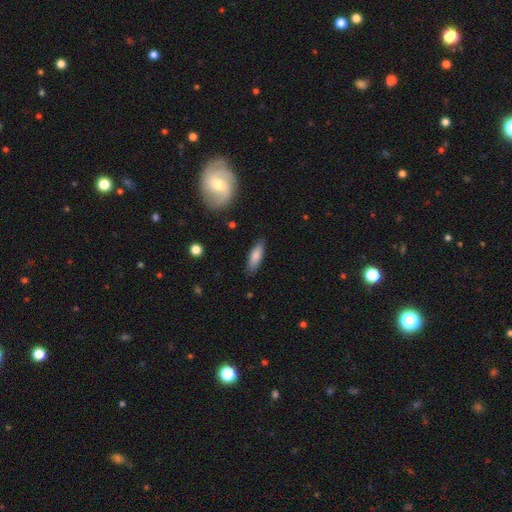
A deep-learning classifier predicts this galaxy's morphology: Smooth or featured: smooth — 80% (featured or disk — 13%)
How rounded: in between — 52% (cigar-shaped — 46%)
Merging: none — 85% (minor disturbance — 11%)